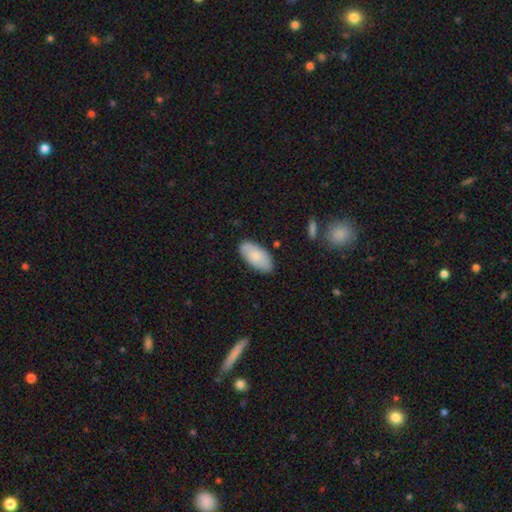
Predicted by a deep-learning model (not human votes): This appears to be a smooth galaxy with no disk features (76%) that is in between round and cigar-shaped (94%). Merging: none (82%).